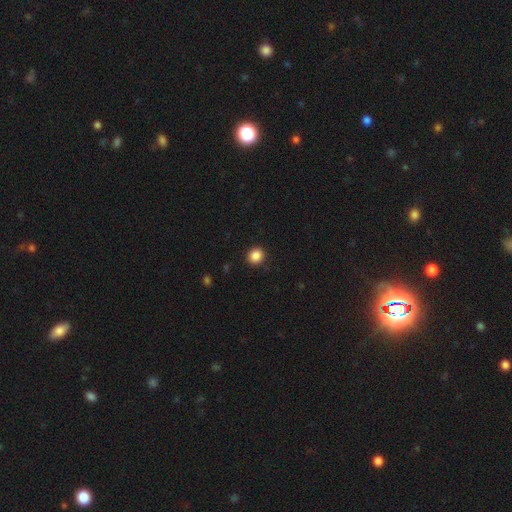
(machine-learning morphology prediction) smooth_or_featured: smooth (p=0.87) [alt: star or artifact p=0.10]
how_rounded: round (p=0.83) [alt: in between p=0.16]
merging: none (p=0.90) [alt: minor disturbance p=0.07]